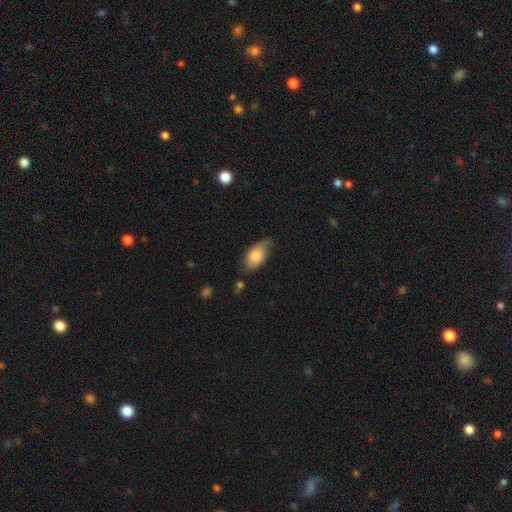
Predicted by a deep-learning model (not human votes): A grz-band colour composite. It shows a smooth galaxy with no disk features (76%) that is in between round and cigar-shaped (92%). Merging: none (63%).